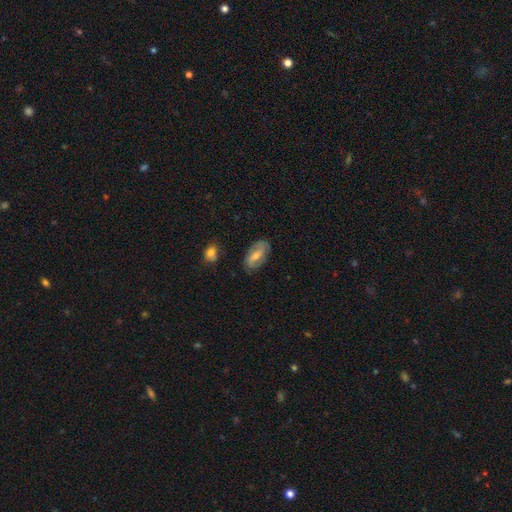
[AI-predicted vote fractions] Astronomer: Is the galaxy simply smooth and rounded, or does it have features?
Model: featured or disk — 56% (runner-up: smooth, 36%).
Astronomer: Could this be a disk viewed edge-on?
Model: no — 92%.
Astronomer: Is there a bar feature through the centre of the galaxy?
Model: weak — 47% (runner-up: strong, 30%).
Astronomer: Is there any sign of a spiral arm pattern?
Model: yes — 74%.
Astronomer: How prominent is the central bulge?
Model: moderate — 55% (runner-up: small, 35%).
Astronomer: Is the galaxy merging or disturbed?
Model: none — 82%.